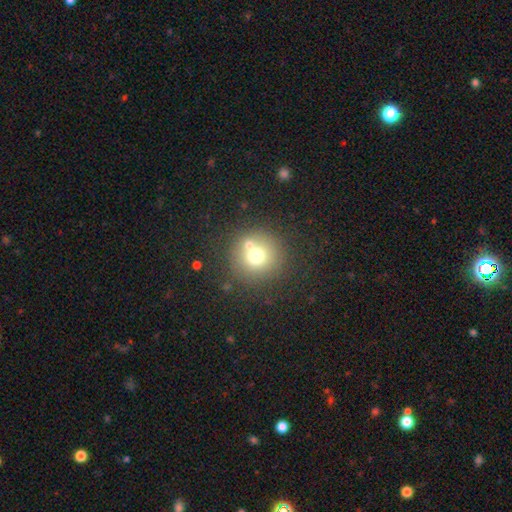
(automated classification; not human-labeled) Smooth or featured? smooth (69%)
How rounded? round (94%)
Merging? none (69%)